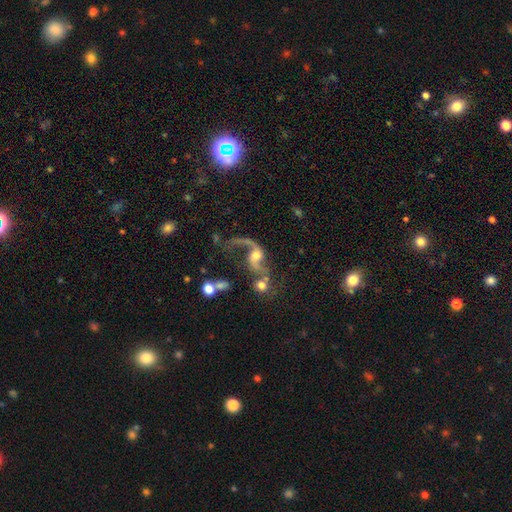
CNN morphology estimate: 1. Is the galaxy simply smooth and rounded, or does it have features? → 84% featured or disk, 9% smooth, 8% star or artifact.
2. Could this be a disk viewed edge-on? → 96% no, 4% yes.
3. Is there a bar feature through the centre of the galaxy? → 59% no, 30% weak, 11% strong.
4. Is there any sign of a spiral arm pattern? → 93% yes, 7% no.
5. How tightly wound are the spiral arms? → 87% loose, 11% medium, 2% tight.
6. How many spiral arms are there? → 84% 2, 12% 1, 2% can't tell, 1% 3, 1% 4, 1% more than 4.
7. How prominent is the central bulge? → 58% moderate, 25% small, 11% large, 3% none, 2% dominant.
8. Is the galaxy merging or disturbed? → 40% none, 24% major disturbance, 21% merger, 15% minor disturbance.